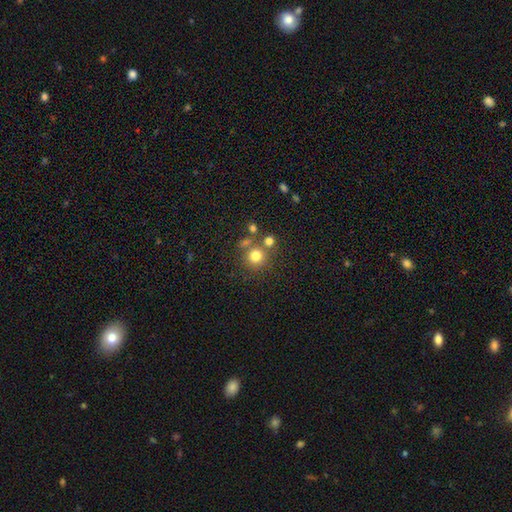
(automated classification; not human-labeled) This is likely a smooth galaxy (75%). How rounded: clearly round (92%). Merging: likely none (69%).